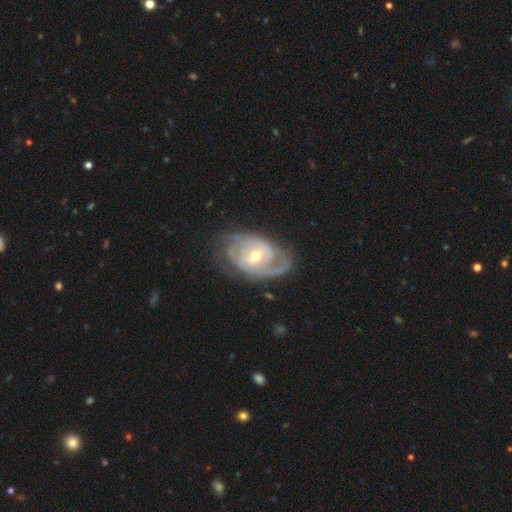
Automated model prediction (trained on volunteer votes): Overall: featured or disk (84%). Edge-on disk: no (96%). Bar: no (50%; weak 38%). Spiral arms: yes (90%). Spiral arm count: 2 (46%; can't tell 26%). Spiral winding: tight (54%; medium 33%). Bulge size: moderate (64%; small 31%). Merging: none (64%).